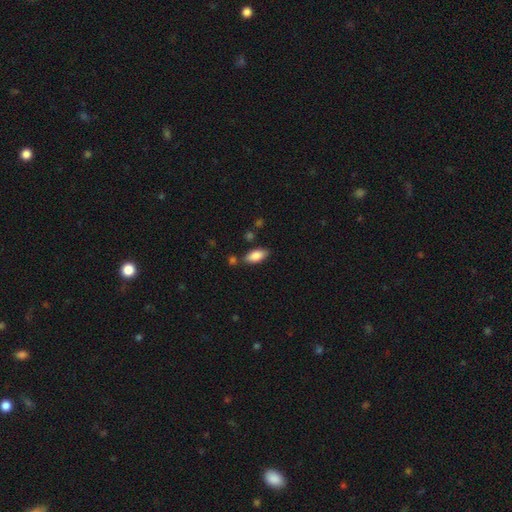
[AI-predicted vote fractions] Overall: smooth (85%). How rounded: in between (88%). Merging: none (77%).